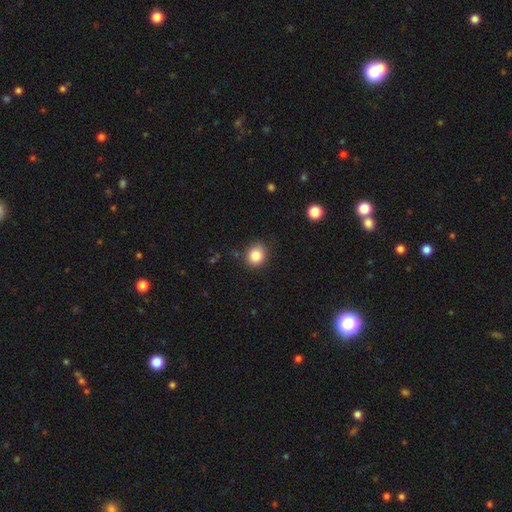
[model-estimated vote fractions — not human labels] smooth_or_featured: smooth (p=0.84) [alt: star or artifact p=0.10]
how_rounded: round (p=0.71) [alt: in between p=0.28]
merging: none (p=0.84) [alt: minor disturbance p=0.11]